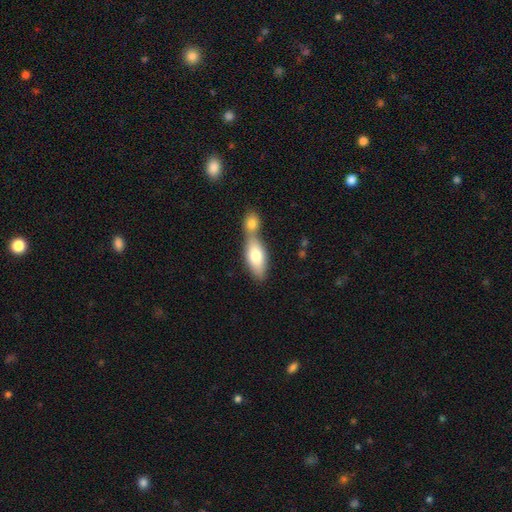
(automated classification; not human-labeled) A smooth galaxy with no disk features (74%) that is in between round and cigar-shaped (81%).

Vote fractions:
- Smooth or featured? smooth: 74% / featured or disk: 20% / star or artifact: 6%
- How rounded? in between: 81% / cigar-shaped: 16% / round: 4%
- Merging? merger: 57% / none: 31% / minor disturbance: 9% / major disturbance: 3%